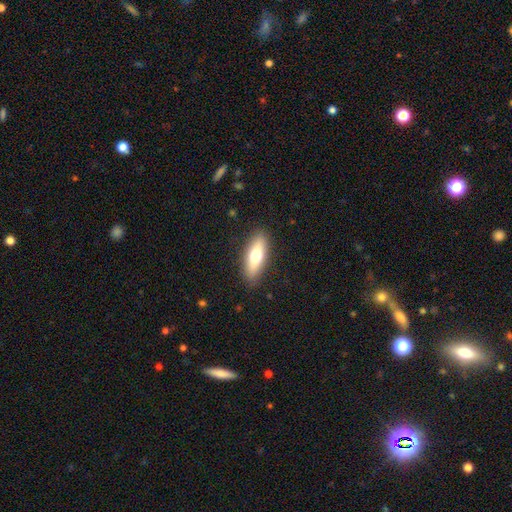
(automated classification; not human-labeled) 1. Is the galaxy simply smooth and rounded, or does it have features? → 69% smooth, 25% featured or disk, 6% star or artifact.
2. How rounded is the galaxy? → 58% in between, 40% cigar-shaped, 2% round.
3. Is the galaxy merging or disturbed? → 87% none, 9% minor disturbance, 2% major disturbance, 1% merger.